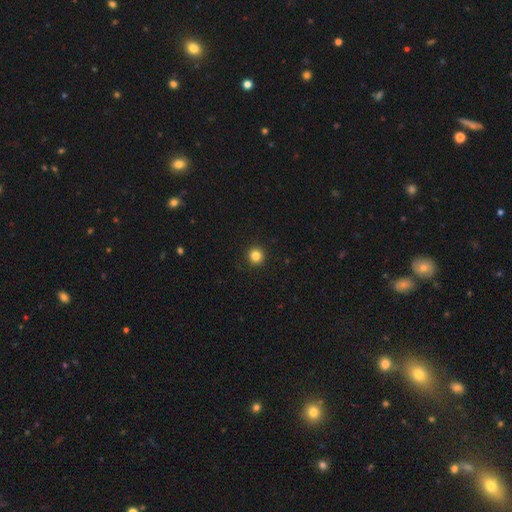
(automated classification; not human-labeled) Smooth or featured? smooth (84%)
How rounded? round (95%)
Merging? none (93%)